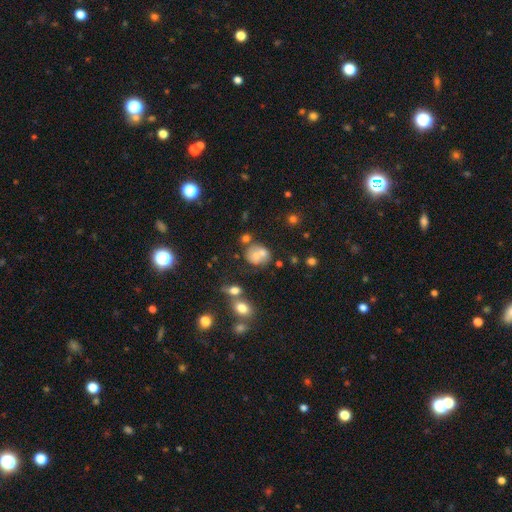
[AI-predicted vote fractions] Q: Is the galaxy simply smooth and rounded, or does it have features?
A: smooth — 56%.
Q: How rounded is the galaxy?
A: round — 61%.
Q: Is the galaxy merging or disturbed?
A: none — 43%.